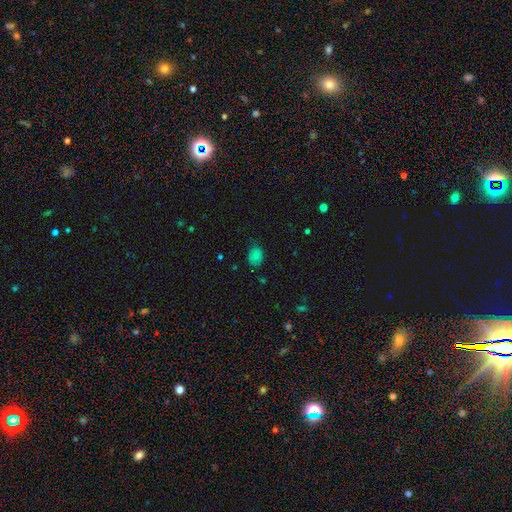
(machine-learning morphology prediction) Smooth or featured? Predicted: smooth (p=0.79). How rounded? Predicted: in between (p=0.68). Merging? Predicted: none (p=0.66).